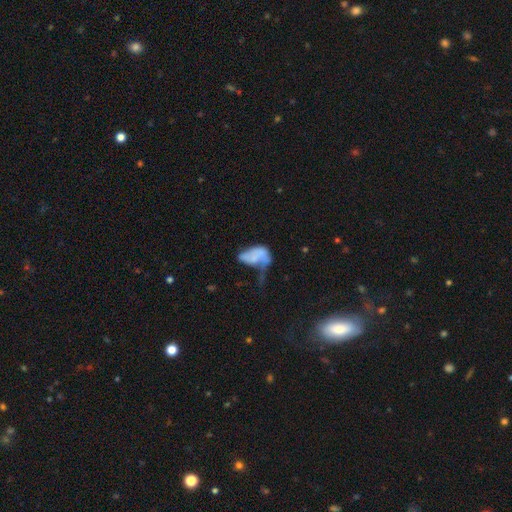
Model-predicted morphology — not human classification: Smooth or featured? smooth (55%)
How rounded? in between (91%)
Merging? major disturbance (50%)